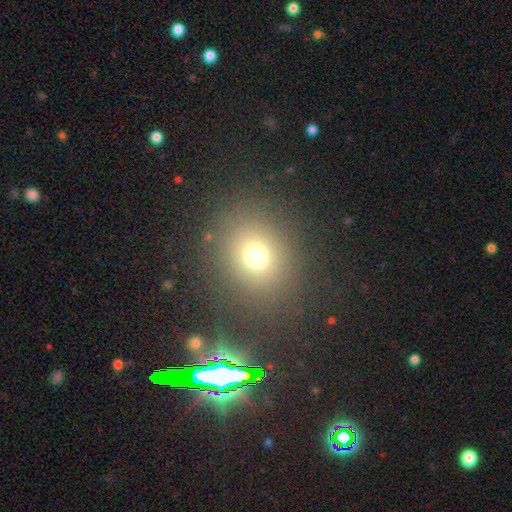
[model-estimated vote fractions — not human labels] A smooth galaxy with no disk features (71%) that is round (75%).

Vote fractions:
- Smooth or featured? smooth: 71% / star or artifact: 19% / featured or disk: 9%
- How rounded? round: 75% / in between: 24% / cigar-shaped: 1%
- Merging? none: 81% / minor disturbance: 8% / major disturbance: 6% / merger: 5%